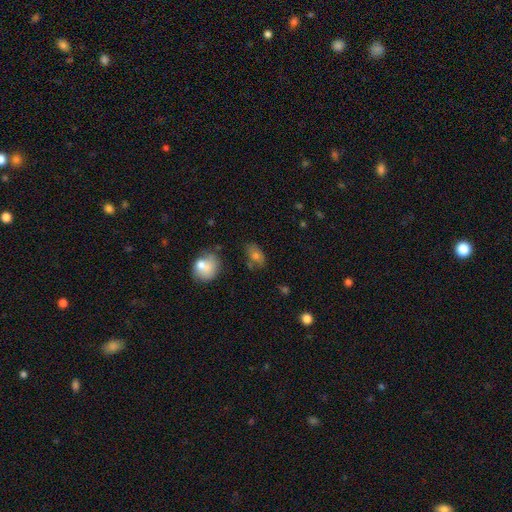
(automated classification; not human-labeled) This appears to be a smooth galaxy with no disk features (74%) that is in between round and cigar-shaped (84%). Merging: none (65%).